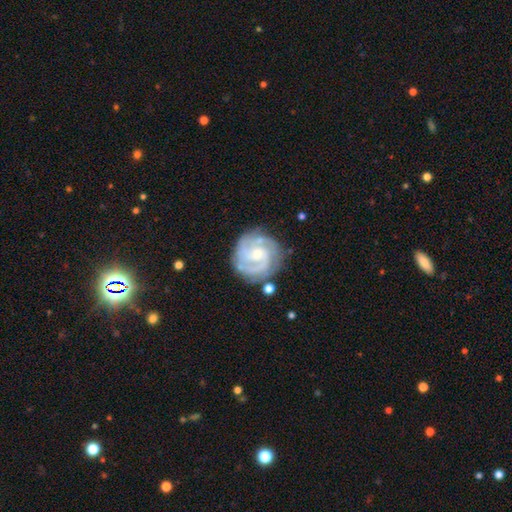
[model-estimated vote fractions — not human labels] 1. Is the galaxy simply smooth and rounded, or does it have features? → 87% featured or disk, 9% smooth, 5% star or artifact.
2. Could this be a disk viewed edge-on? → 98% no, 2% yes.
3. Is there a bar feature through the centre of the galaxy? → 54% no, 39% weak, 7% strong.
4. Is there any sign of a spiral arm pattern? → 97% yes, 3% no.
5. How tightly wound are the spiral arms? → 56% tight, 37% medium, 7% loose.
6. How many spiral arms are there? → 42% 2, 32% 3, 13% can't tell, 5% 4, 4% 1, 3% more than 4.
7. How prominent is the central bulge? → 58% small, 36% moderate, 3% none, 2% large, 1% dominant.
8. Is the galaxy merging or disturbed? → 75% none, 16% minor disturbance, 6% major disturbance, 3% merger.